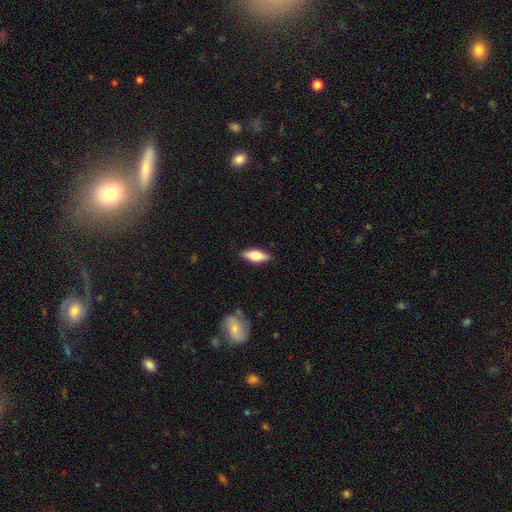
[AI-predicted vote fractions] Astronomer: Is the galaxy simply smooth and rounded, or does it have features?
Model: smooth — 68%.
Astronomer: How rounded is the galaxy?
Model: in between — 69%.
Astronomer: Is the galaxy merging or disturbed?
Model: none — 86%.